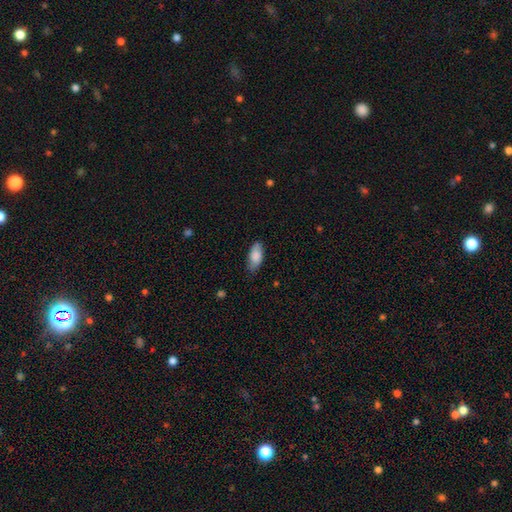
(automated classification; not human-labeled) This is clearly a smooth galaxy (84%). How rounded: clearly in between (87%). Merging: likely none (77%).